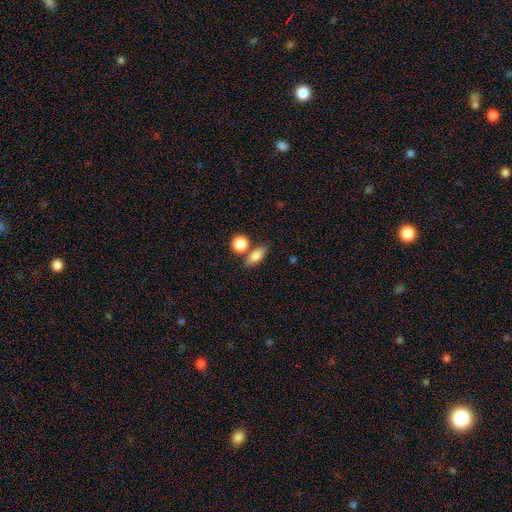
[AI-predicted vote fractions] A smooth galaxy with no disk features (81%) that is in between round and cigar-shaped (69%).

Vote fractions:
- Smooth or featured? smooth: 81% / featured or disk: 11% / star or artifact: 8%
- How rounded? in between: 69% / round: 17% / cigar-shaped: 14%
- Merging? none: 62% / merger: 23% / minor disturbance: 12% / major disturbance: 4%